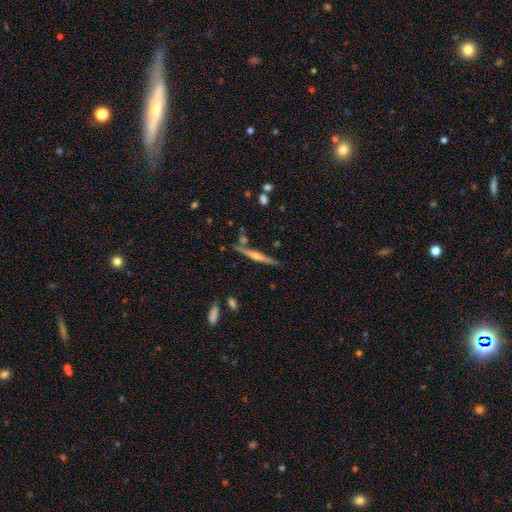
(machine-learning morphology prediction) A featured or disk galaxy (73%) viewed edge-on (98%) with a rounded central bulge (78%).

Vote fractions:
- Smooth or featured? featured or disk: 73% / smooth: 20% / star or artifact: 7%
- Edge-on disk? yes: 98% / no: 2%
- Edge-on bulge? rounded: 78% / none: 14% / boxy: 9%
- Merging? none: 84% / minor disturbance: 9% / merger: 5% / major disturbance: 2%